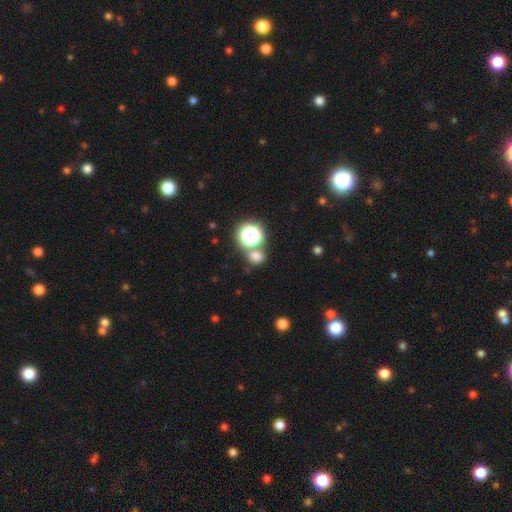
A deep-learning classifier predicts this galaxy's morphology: Smooth or featured: smooth — 68% (star or artifact — 25%)
How rounded: round — 74% (in between — 25%)
Merging: none — 69% (merger — 18%)